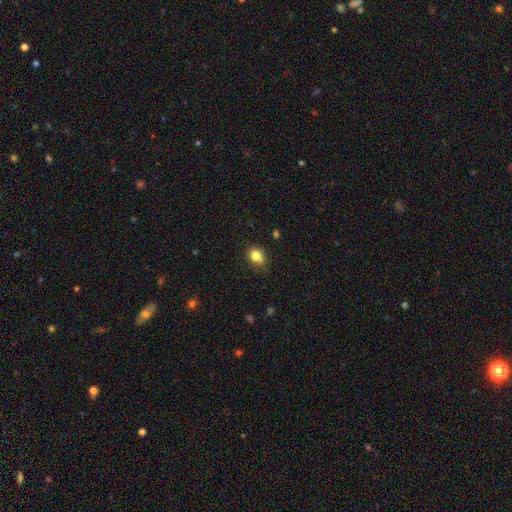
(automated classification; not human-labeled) Smooth or featured? Predicted: smooth (p=0.79). How rounded? Predicted: round (p=0.60). Merging? Predicted: none (p=0.68).